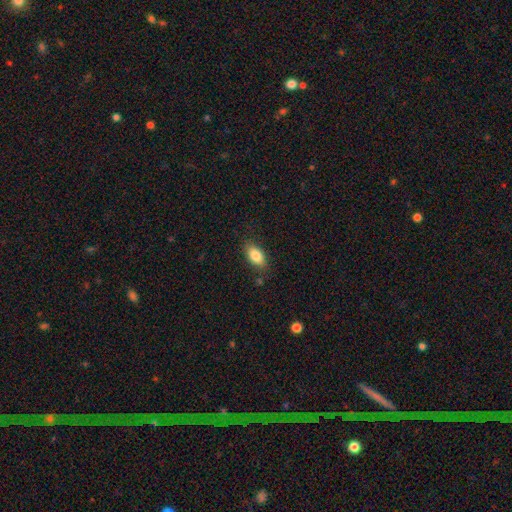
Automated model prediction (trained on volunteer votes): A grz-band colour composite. It shows a smooth galaxy with no disk features (84%) that is in between round and cigar-shaped (90%). Merging: none (82%).